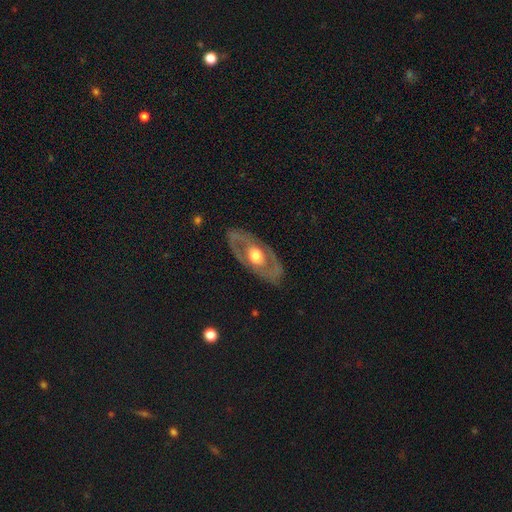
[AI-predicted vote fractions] A featured or disk galaxy (68%) with no bar (80%), no spiral arms (71%) and a moderate central bulge (63%).

Vote fractions:
- Smooth or featured? featured or disk: 68% / smooth: 27% / star or artifact: 5%
- Edge-on disk? no: 84% / yes: 16%
- Bar? no: 80% / weak: 14% / strong: 5%
- Spiral arms? no: 71% / yes: 29%
- Bulge size? moderate: 63% / large: 29% / small: 6% / dominant: 2% / none: 1%
- Merging? none: 82% / minor disturbance: 12% / major disturbance: 5% / merger: 1%